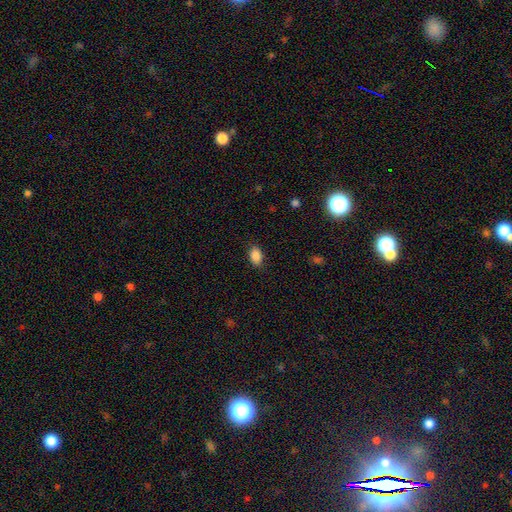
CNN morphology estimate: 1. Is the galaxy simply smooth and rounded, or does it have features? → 87% smooth, 8% star or artifact, 4% featured or disk.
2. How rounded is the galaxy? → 87% in between, 12% round, 2% cigar-shaped.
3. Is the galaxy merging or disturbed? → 84% none, 12% minor disturbance, 3% major disturbance, 1% merger.